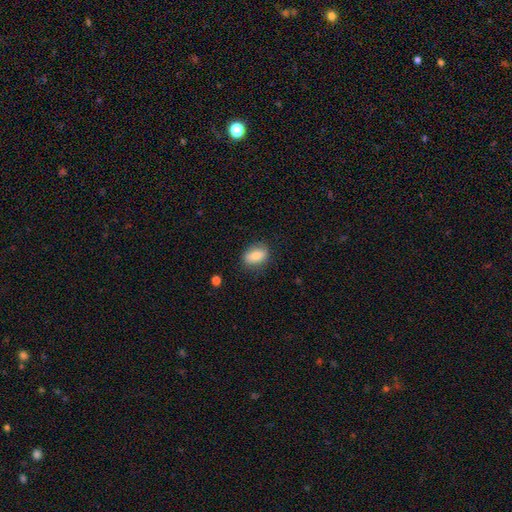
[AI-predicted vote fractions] Smooth or featured?
  - smooth: 80% *
  - featured or disk: 12%
  - star or artifact: 7%
How rounded?
  - in between: 83% *
  - round: 14%
  - cigar-shaped: 3%
Merging?
  - none: 80% *
  - minor disturbance: 15%
  - major disturbance: 4%
  - merger: 1%